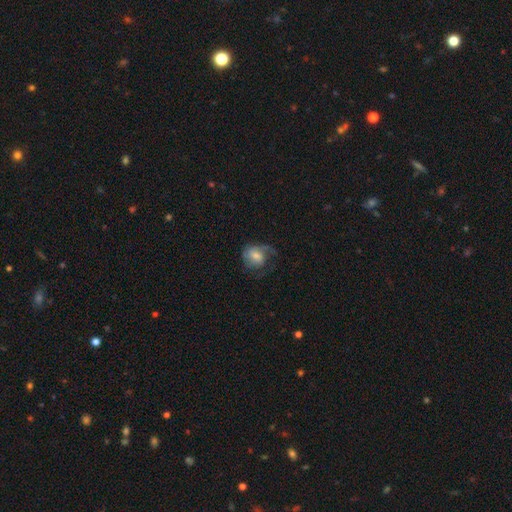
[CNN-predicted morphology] featured or disk 48%, smooth 44%, star or artifact 8%. Down the decision tree: merging — none (43%).